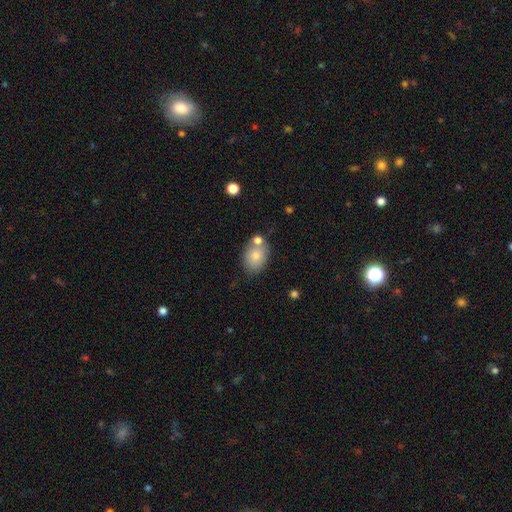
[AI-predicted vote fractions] smooth_or_featured: smooth (p=0.79) [alt: featured or disk p=0.13]
how_rounded: in between (p=0.75) [alt: round p=0.24]
merging: none (p=0.62) [alt: merger p=0.19]